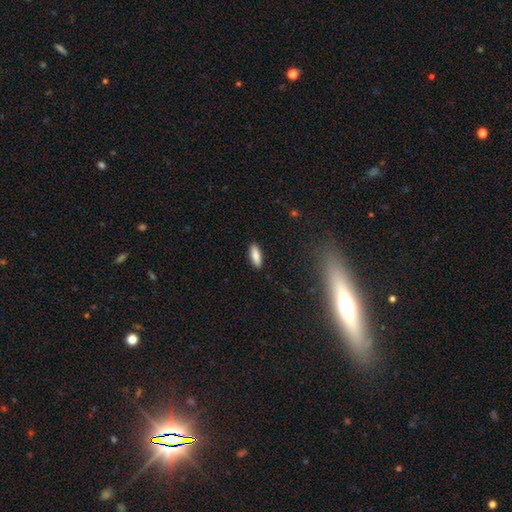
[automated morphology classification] Smooth or featured?
  - smooth: 86% *
  - featured or disk: 7%
  - star or artifact: 7%
How rounded?
  - in between: 65% *
  - cigar-shaped: 33%
  - round: 2%
Merging?
  - none: 89% *
  - minor disturbance: 8%
  - major disturbance: 2%
  - merger: 1%